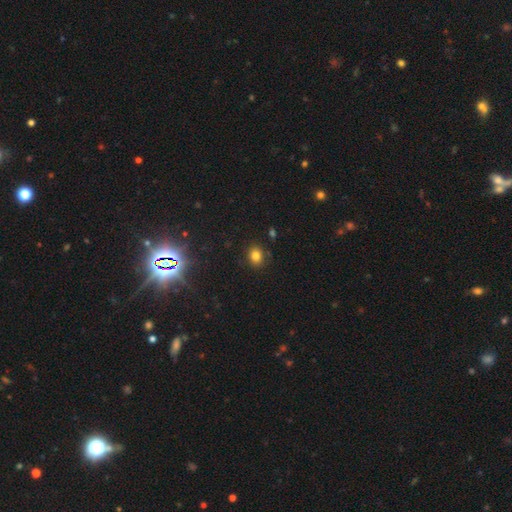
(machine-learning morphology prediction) Overall: smooth (80%). How rounded: round (64%; in between 35%). Merging: none (84%).